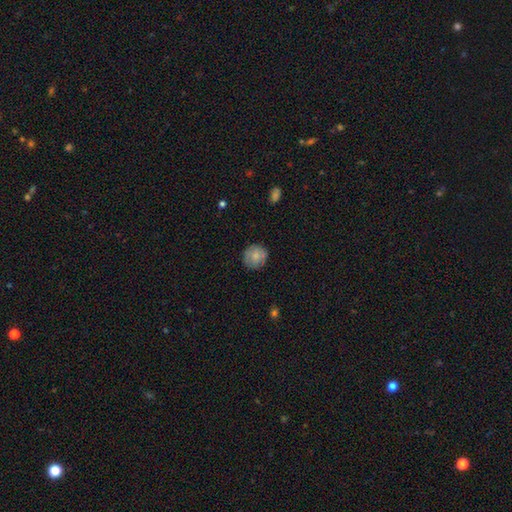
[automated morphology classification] smooth-or-featured: smooth: 72% | featured or disk: 20% | star or artifact: 7%
  how-rounded: round: 90% | in between: 9% | cigar-shaped: 1%
  merging: none: 82% | minor disturbance: 14% | major disturbance: 3% | merger: 1%